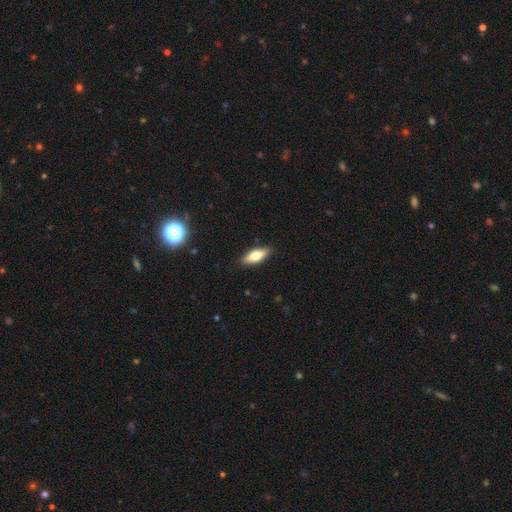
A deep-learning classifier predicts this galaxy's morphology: This is likely a smooth galaxy (69%). How rounded: likely in between (68%). Merging: clearly none (89%).